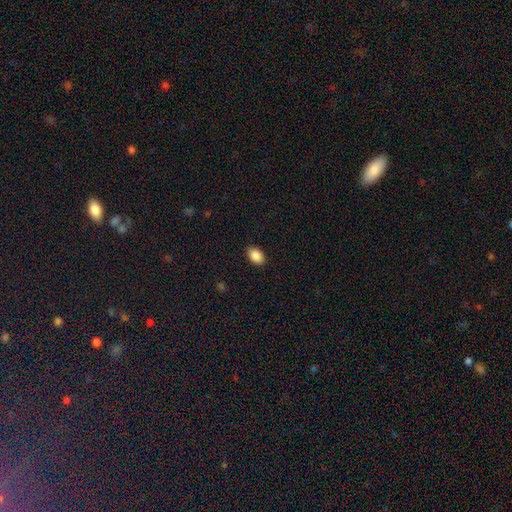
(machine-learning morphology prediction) The model was most divided on "how rounded": in between: 88%, round: 11%, cigar-shaped: 1%. More confident: smooth or featured — smooth (89%); merging — none (89%).